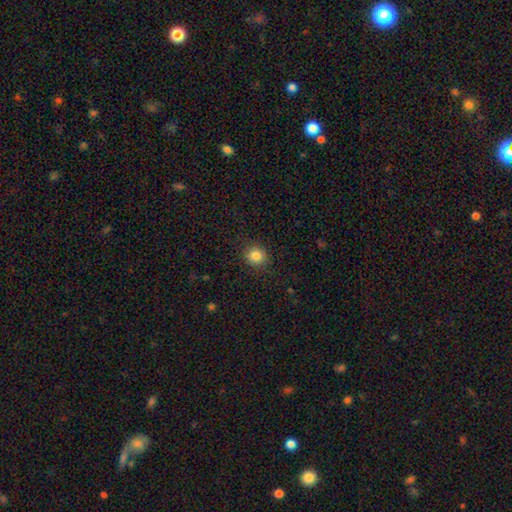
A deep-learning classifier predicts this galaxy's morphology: Q: Smooth or featured?
A: smooth (85%); runner-up: star or artifact (11%)
Q: How rounded?
A: round (87%); runner-up: in between (12%)
Q: Merging?
A: none (89%); runner-up: minor disturbance (8%)